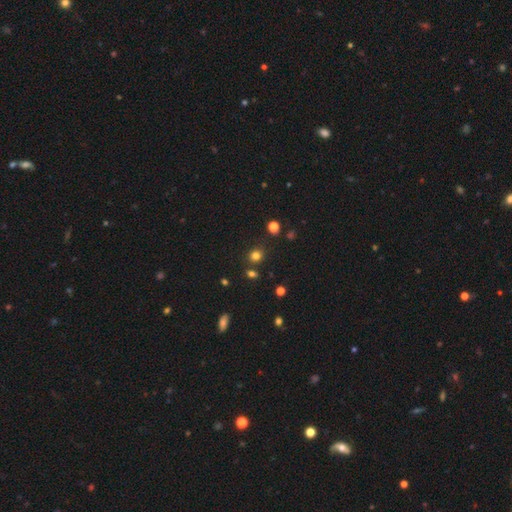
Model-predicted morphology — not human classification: The model was most divided on "how rounded": round: 78%, in between: 21%, cigar-shaped: 1%. More confident: merging — none (80%); smooth or featured — smooth (77%).